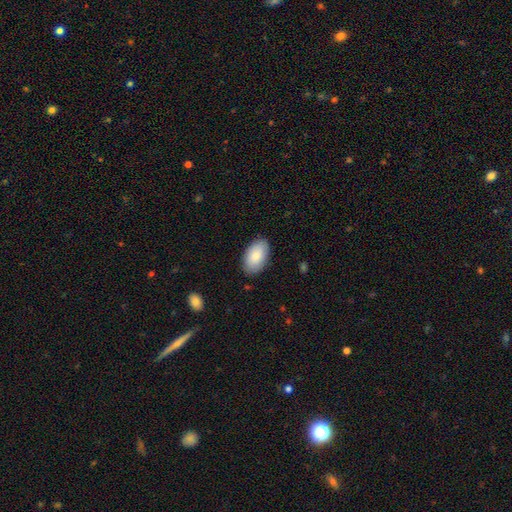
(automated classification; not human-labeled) Morphology: type=smooth (85%); roundness=in between (95%); merging=none (86%).